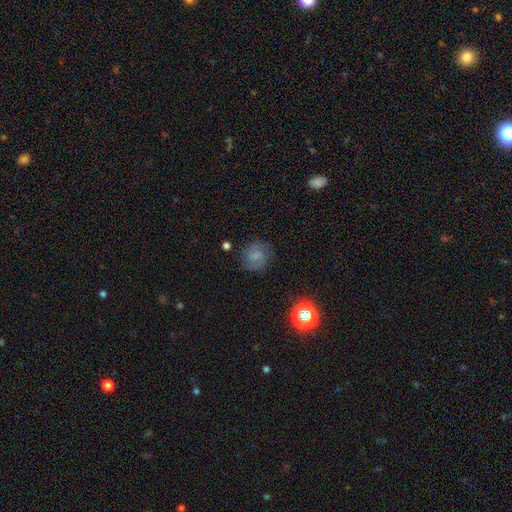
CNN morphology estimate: A smooth galaxy with no disk features (58%) that is round (79%). Merging: none (75%).